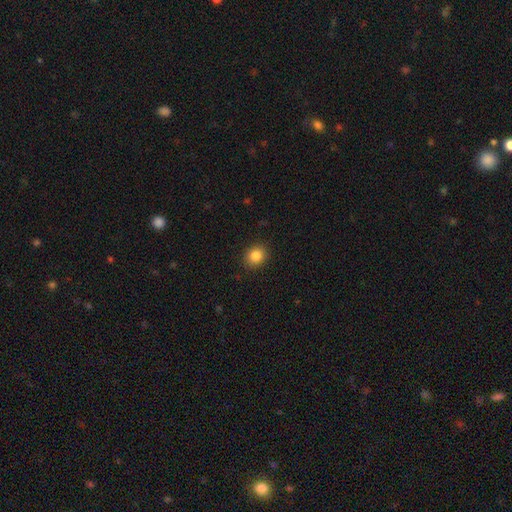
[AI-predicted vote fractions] A smooth galaxy with no disk features (85%) that is round (68%). Merging: none (90%).